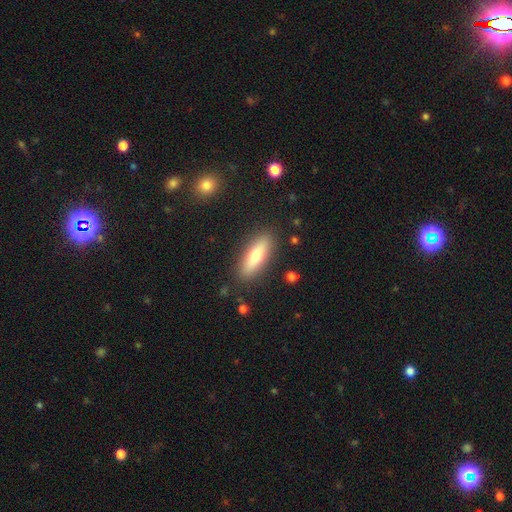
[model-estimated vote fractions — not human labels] Smooth or featured? smooth (68%)
How rounded? cigar-shaped (51%)
Merging? none (87%)